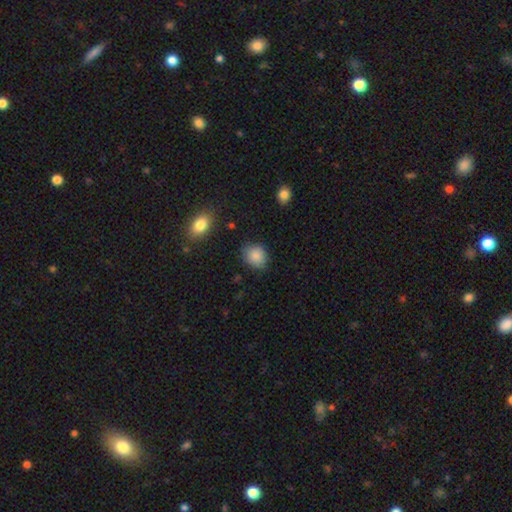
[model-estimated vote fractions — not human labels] smooth 87%, star or artifact 8%, featured or disk 5%. Down the decision tree: how rounded — round (64%); merging — none (78%).